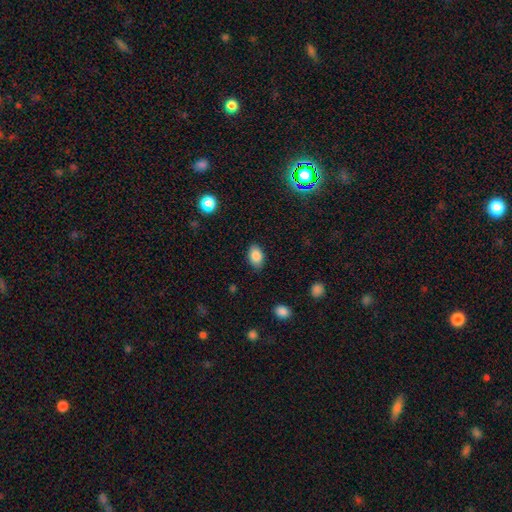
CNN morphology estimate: smooth 86%, star or artifact 8%, featured or disk 5%. Down the decision tree: how rounded — in between (87%); merging — none (84%).